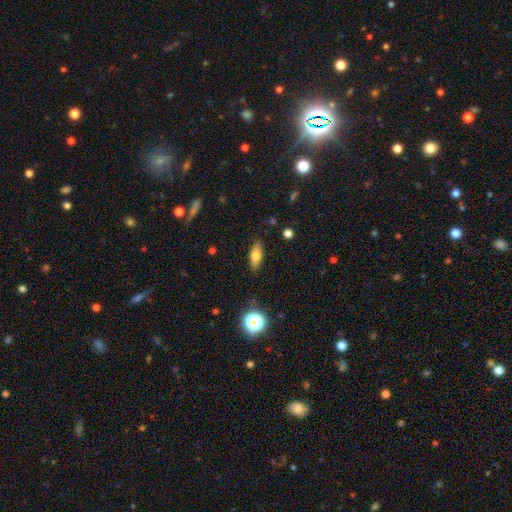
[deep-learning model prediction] This appears to be a smooth galaxy with no disk features (73%) that is in between round and cigar-shaped (70%). Merging: none (87%).